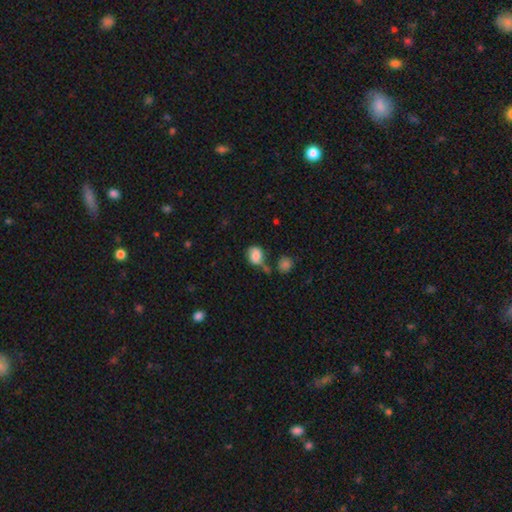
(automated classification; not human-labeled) A smooth galaxy with no disk features (79%) that is round (52%).

Vote fractions:
- Smooth or featured? smooth: 79% / featured or disk: 12% / star or artifact: 9%
- How rounded? round: 52% / in between: 47% / cigar-shaped: 1%
- Merging? none: 52% / minor disturbance: 24% / merger: 15% / major disturbance: 9%